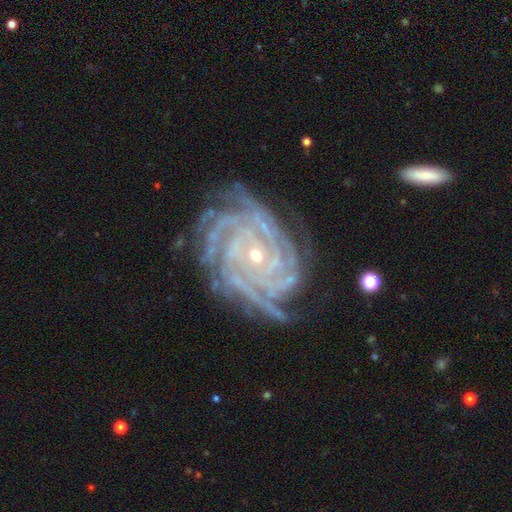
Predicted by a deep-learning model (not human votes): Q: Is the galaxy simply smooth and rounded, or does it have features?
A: featured or disk — 92%.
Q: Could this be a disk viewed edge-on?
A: no — 97%.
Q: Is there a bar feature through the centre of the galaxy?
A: no — 66%.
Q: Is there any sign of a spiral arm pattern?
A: yes — 99%.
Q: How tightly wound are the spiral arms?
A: tight — 85%.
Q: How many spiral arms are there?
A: more than 4 — 34%.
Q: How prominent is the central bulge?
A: small — 74%.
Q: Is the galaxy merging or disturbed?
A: none — 77%.